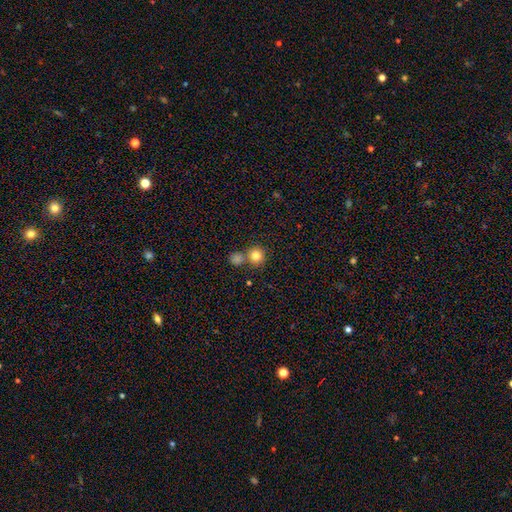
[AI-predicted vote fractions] The model was most divided on "merging": none: 64%, merger: 26%, minor disturbance: 8%, major disturbance: 3%. More confident: how rounded — round (91%); smooth or featured — smooth (82%).